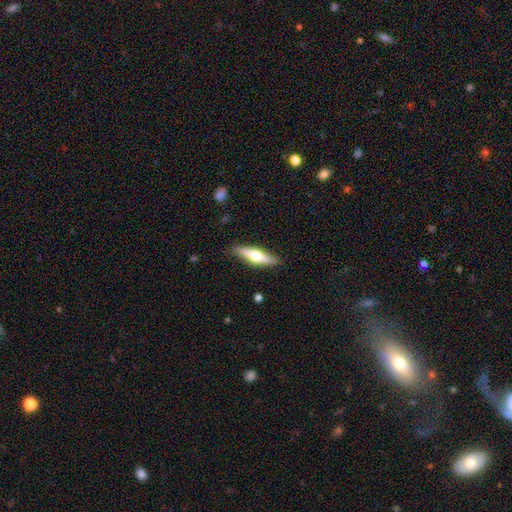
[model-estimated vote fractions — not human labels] Morphology: type=featured or disk (57%); edge-on=yes (95%); edge-on bulge=rounded (94%); merging=none (88%).